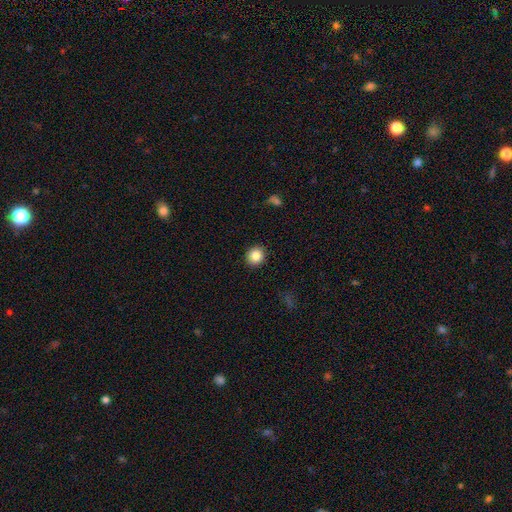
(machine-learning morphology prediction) Smooth or featured?
  - smooth: 86% *
  - star or artifact: 10%
  - featured or disk: 5%
How rounded?
  - round: 90% *
  - in between: 9%
  - cigar-shaped: 1%
Merging?
  - none: 91% *
  - minor disturbance: 6%
  - major disturbance: 2%
  - merger: 1%